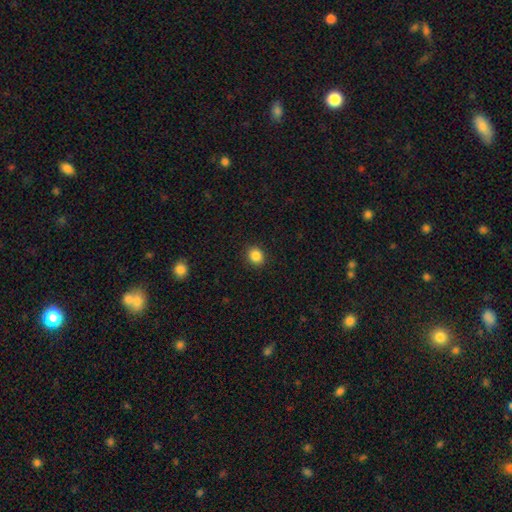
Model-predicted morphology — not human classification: This is clearly a smooth galaxy (86%). How rounded: likely round (73%). Merging: clearly none (91%).